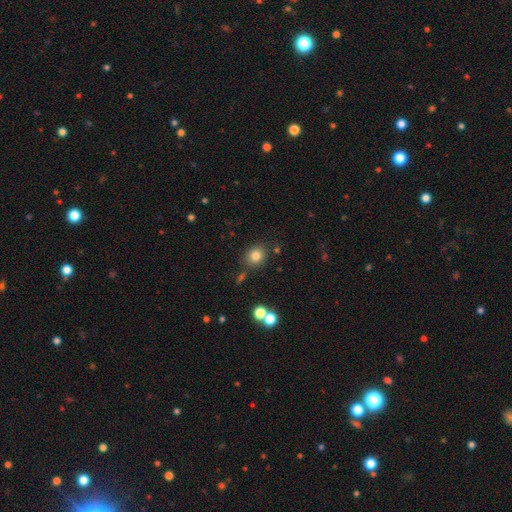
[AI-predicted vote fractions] A smooth galaxy with no disk features (80%) that is round (76%). Merging: none (81%).